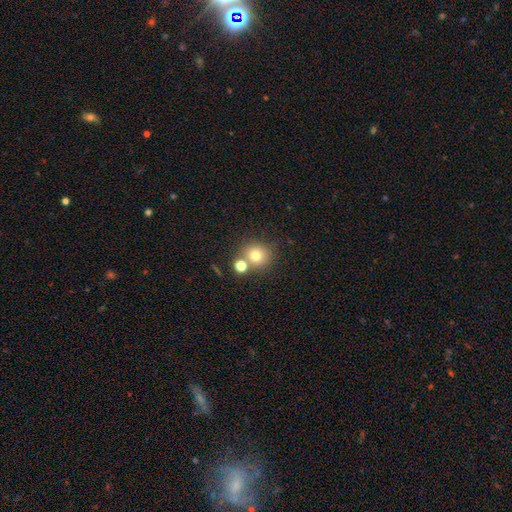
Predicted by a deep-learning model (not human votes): smooth 75%, star or artifact 14%, featured or disk 11%. Down the decision tree: how rounded — round (89%); merging — none (65%).